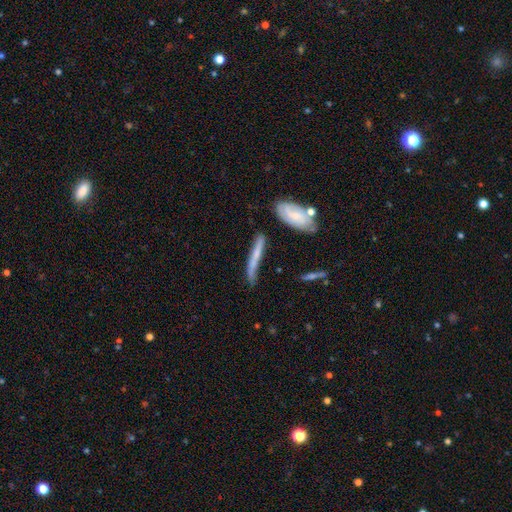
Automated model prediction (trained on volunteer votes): Smooth or featured: featured or disk — 47% (smooth — 46%)
Merging: none — 62% (minor disturbance — 24%)